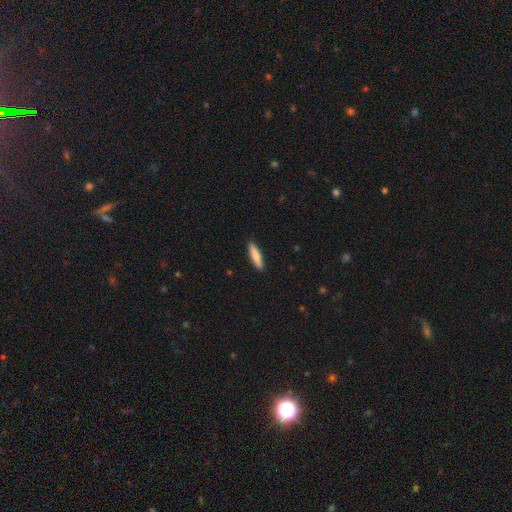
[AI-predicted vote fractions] This appears to be a smooth galaxy with no disk features (82%) that is cigar-shaped (77%). Merging: none (90%).